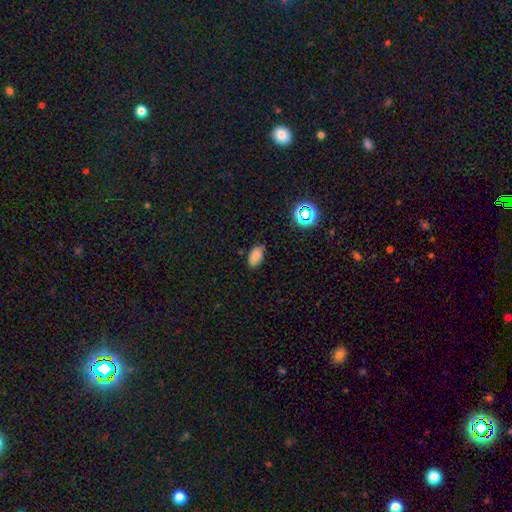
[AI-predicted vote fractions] Morphology: type=smooth (83%); roundness=in between (93%); merging=none (81%).